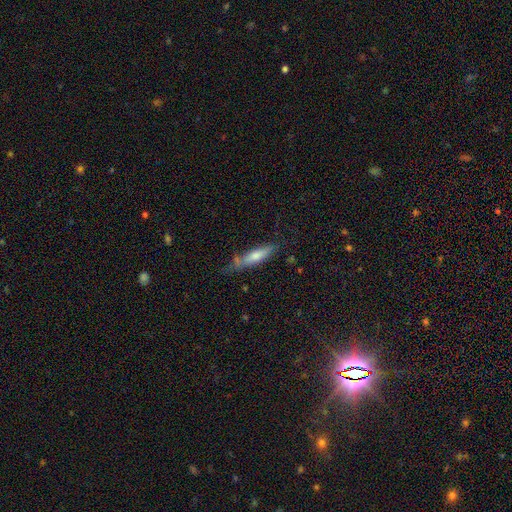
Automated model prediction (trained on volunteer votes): Smooth or featured: smooth — 58% (featured or disk — 35%)
How rounded: cigar-shaped — 76% (in between — 22%)
Merging: none — 63% (minor disturbance — 25%)